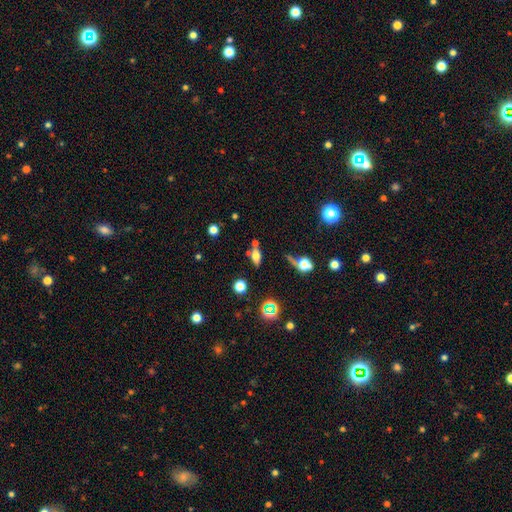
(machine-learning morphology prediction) A smooth galaxy with no disk features (60%) that is in between round and cigar-shaped (76%).

Vote fractions:
- Smooth or featured? smooth: 60% / featured or disk: 25% / star or artifact: 15%
- How rounded? in between: 76% / cigar-shaped: 13% / round: 11%
- Merging? none: 63% / merger: 17% / minor disturbance: 14% / major disturbance: 6%